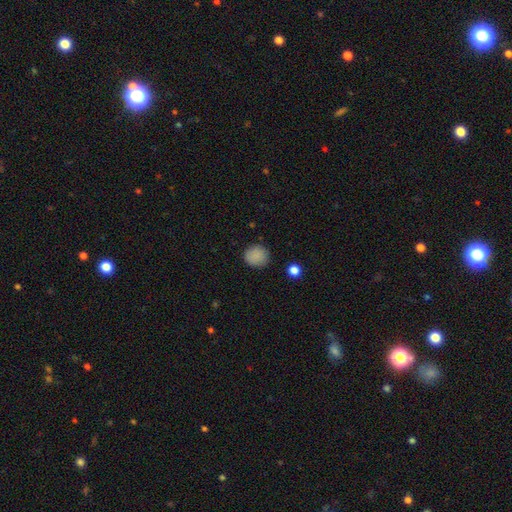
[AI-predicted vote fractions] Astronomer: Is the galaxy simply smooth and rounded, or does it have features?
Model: smooth — 86%.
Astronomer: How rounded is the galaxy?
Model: round — 89%.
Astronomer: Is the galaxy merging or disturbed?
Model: none — 87%.